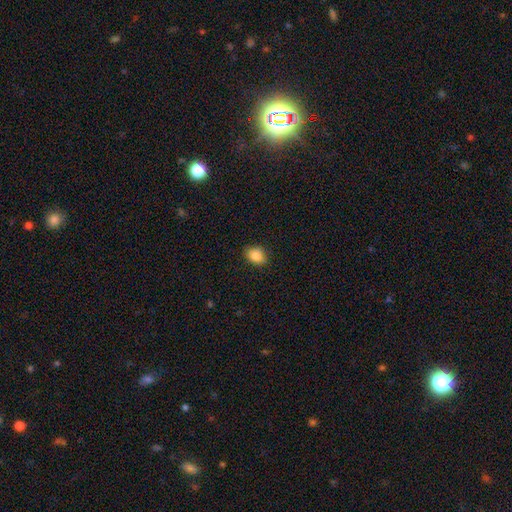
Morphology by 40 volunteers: smooth-or-featured: smooth: 95% | featured or disk: 2% | star or artifact: 2%
  how-rounded: in between: 79% | round: 21% | cigar-shaped: 0%
  merging: none: 74% | minor disturbance: 21% | major disturbance: 5% | merger: 0%